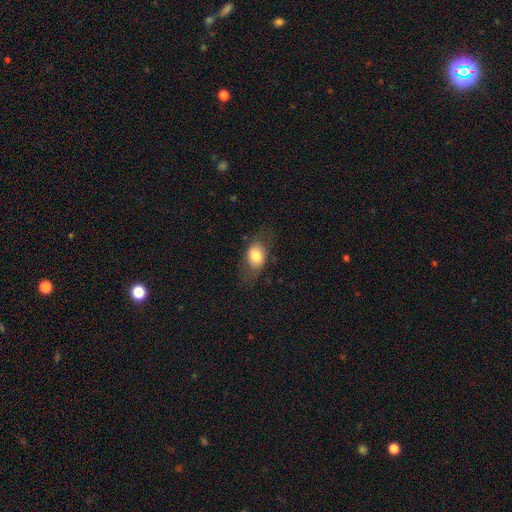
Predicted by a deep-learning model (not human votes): Smooth or featured: smooth — 75% (featured or disk — 17%)
How rounded: in between — 74% (round — 24%)
Merging: none — 68% (minor disturbance — 20%)